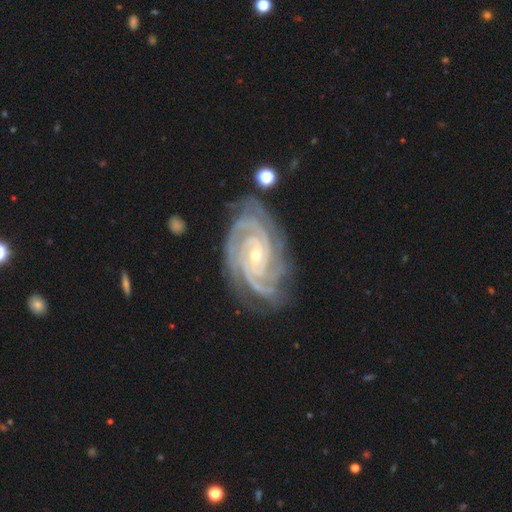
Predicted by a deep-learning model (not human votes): Smooth or featured? Predicted: featured or disk (p=0.93). Edge-on disk? Predicted: no (p=0.97). Bar? Predicted: no (p=0.61). Spiral arms? Predicted: yes (p=0.99). Spiral winding? Predicted: tight (p=0.79). Spiral arm count? Predicted: 3 (p=0.30). Bulge size? Predicted: small (p=0.70). Merging? Predicted: none (p=0.76).